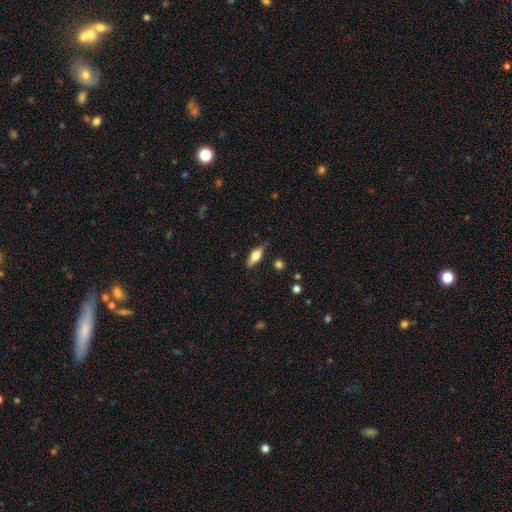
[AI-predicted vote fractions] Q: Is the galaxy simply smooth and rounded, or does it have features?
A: smooth — 58%.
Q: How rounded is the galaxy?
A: in between — 66%.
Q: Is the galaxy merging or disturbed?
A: none — 78%.